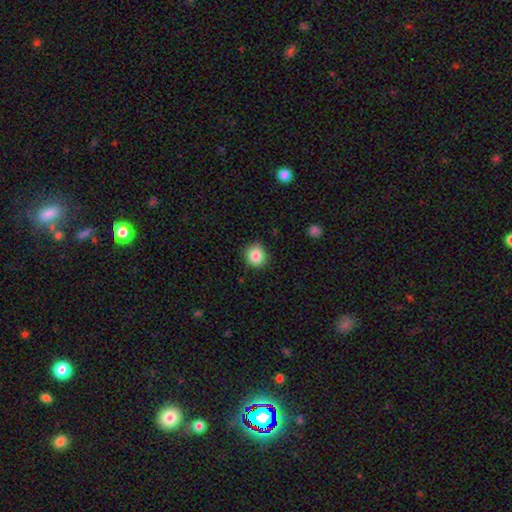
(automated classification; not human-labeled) smooth_or_featured: smooth (p=0.85) [alt: star or artifact p=0.09]
how_rounded: round (p=0.82) [alt: in between p=0.17]
merging: none (p=0.85) [alt: minor disturbance p=0.11]